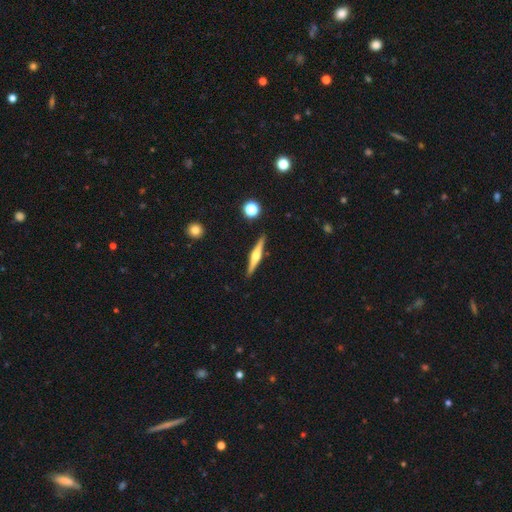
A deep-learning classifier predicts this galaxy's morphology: smooth_or_featured: featured or disk (p=0.73) [alt: smooth p=0.21]
disk_edge_on: yes (p=0.98) [alt: no p=0.02]
edge_on_bulge: rounded (p=0.89) [alt: boxy p=0.08]
merging: none (p=0.91) [alt: minor disturbance p=0.06]